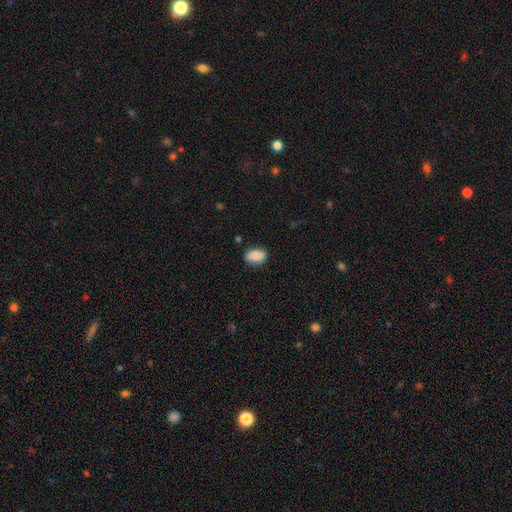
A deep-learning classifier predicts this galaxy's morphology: The model was most divided on "merging": none: 73%, minor disturbance: 19%, major disturbance: 4%, merger: 3%. More confident: how rounded — in between (85%); smooth or featured — smooth (83%).